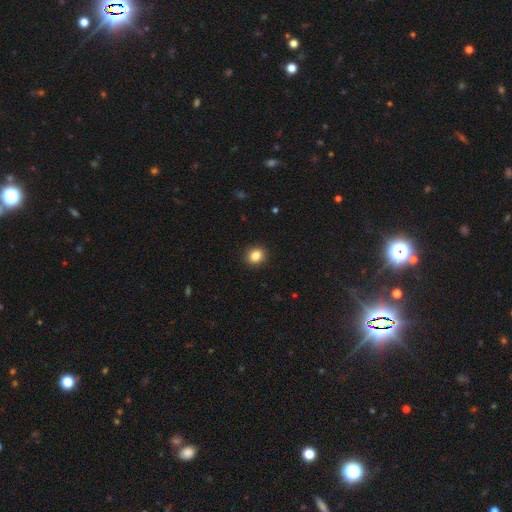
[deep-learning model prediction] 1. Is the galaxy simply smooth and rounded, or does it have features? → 85% smooth, 10% star or artifact, 4% featured or disk.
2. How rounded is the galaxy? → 74% round, 25% in between, 1% cigar-shaped.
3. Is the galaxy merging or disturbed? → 91% none, 6% minor disturbance, 2% major disturbance, 1% merger.